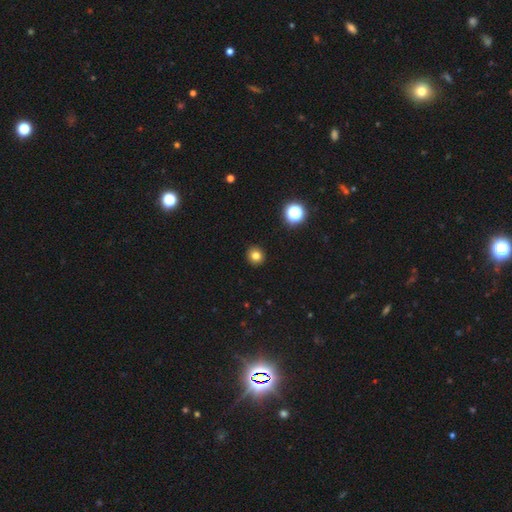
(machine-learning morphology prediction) The model was most divided on "smooth or featured": smooth: 80%, star or artifact: 14%, featured or disk: 6%. More confident: merging — none (93%); how rounded — round (91%).